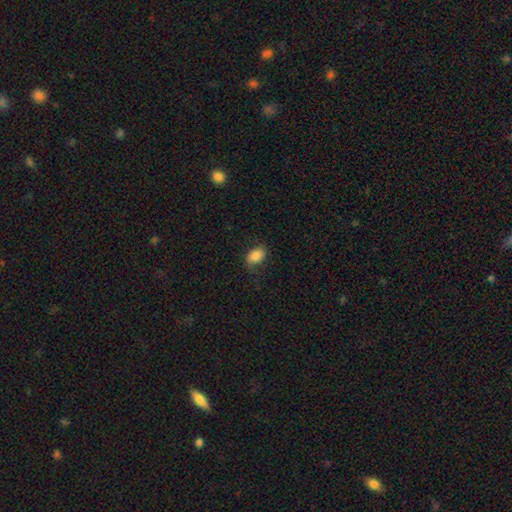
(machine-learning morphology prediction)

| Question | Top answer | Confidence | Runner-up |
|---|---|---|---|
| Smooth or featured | smooth | 84% | star or artifact (8%) |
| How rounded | in between | 83% | round (15%) |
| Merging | none | 79% | minor disturbance (16%) |